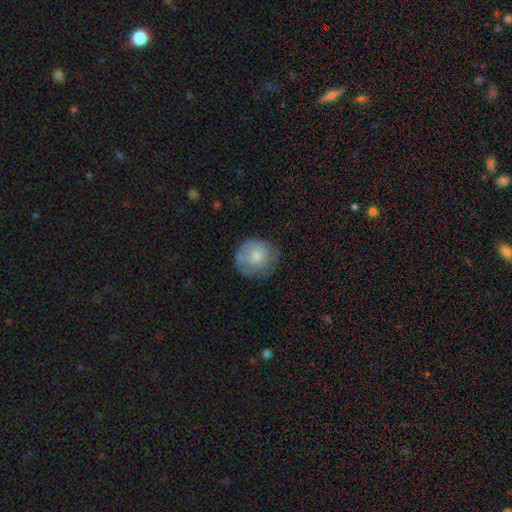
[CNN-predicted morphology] smooth 69%, featured or disk 24%, star or artifact 7%. Down the decision tree: how rounded — round (82%); merging — none (67%).